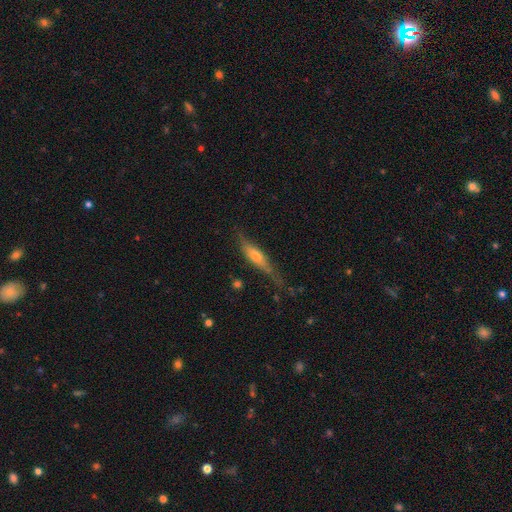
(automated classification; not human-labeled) Q: Smooth or featured?
A: featured or disk (56%); runner-up: smooth (37%)
Q: Edge-on disk?
A: yes (87%); runner-up: no (13%)
Q: Merging?
A: none (61%); runner-up: minor disturbance (25%)